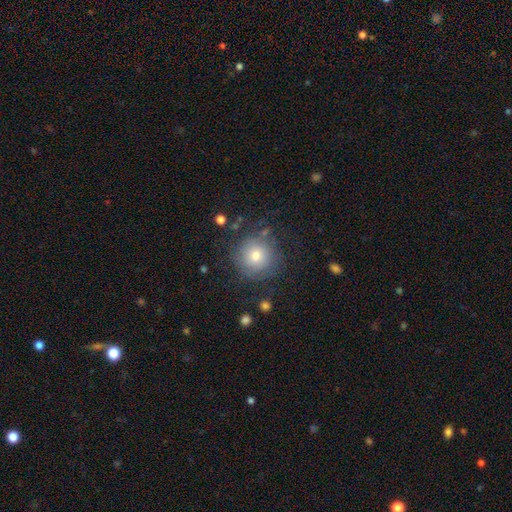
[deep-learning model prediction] The model was most divided on "smooth or featured": smooth: 70%, featured or disk: 18%, star or artifact: 12%. More confident: how rounded — round (94%); merging — none (79%).